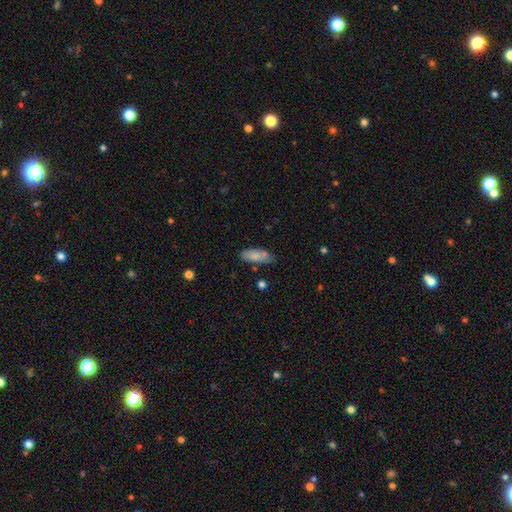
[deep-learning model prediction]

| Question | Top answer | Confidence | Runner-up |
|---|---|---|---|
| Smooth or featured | smooth | 82% | featured or disk (11%) |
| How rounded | in between | 71% | cigar-shaped (27%) |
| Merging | none | 64% | minor disturbance (23%) |